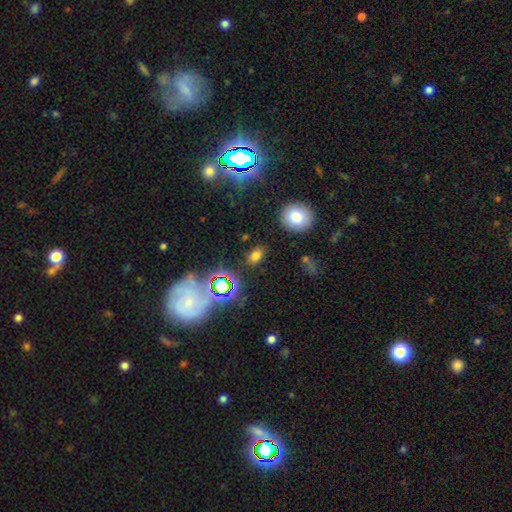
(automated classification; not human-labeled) Smooth or featured? smooth (68%)
How rounded? in between (77%)
Merging? none (83%)